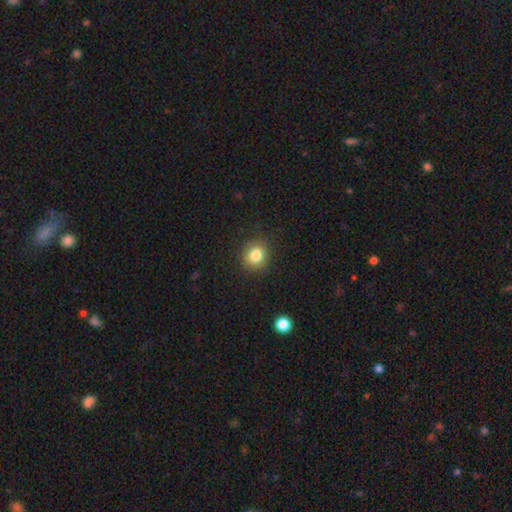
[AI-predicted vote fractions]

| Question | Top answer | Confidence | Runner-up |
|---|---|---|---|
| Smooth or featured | smooth | 83% | star or artifact (11%) |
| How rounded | round | 78% | in between (21%) |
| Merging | none | 87% | minor disturbance (9%) |